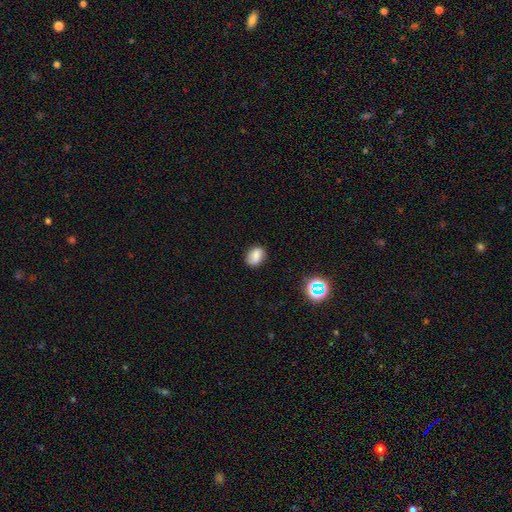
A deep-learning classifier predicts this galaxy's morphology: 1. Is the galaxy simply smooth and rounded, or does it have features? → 78% smooth, 12% star or artifact, 10% featured or disk.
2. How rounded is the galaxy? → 71% in between, 28% round, 1% cigar-shaped.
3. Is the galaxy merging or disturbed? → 81% none, 14% minor disturbance, 3% major disturbance, 1% merger.